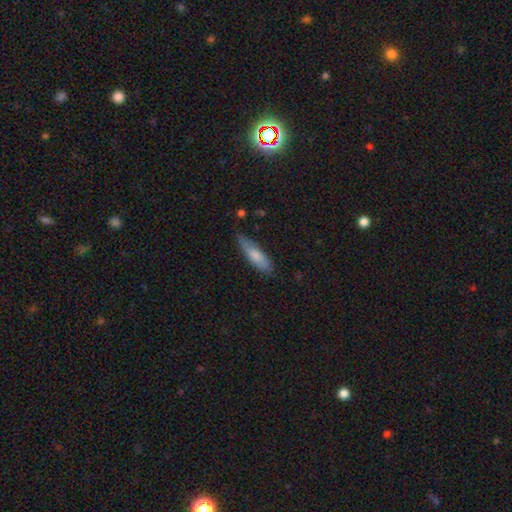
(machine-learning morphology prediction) A smooth galaxy with no disk features (75%) that is cigar-shaped (63%). Merging: none (68%).